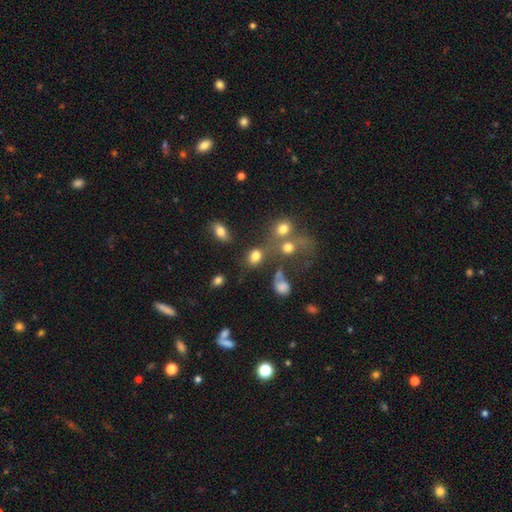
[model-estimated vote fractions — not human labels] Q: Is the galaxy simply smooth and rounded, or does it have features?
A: smooth — 76%.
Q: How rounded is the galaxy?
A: in between — 61%.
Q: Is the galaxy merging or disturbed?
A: none — 50%.